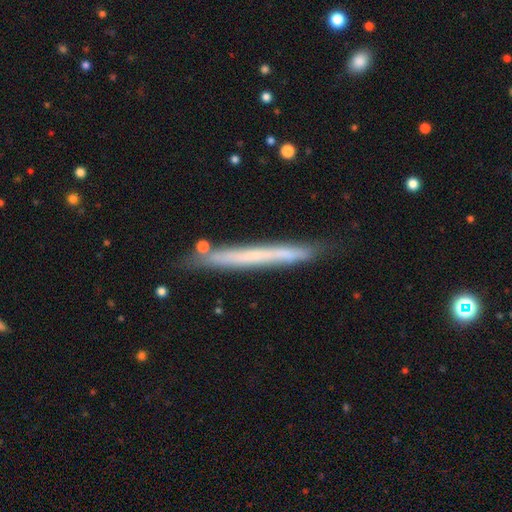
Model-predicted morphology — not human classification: A smooth galaxy with no disk features (47%, tied with featured or disk).

Vote fractions:
- Smooth or featured? smooth: 47% (tied) / featured or disk: 47% (tied) / star or artifact: 7%
- Merging? none: 82% / minor disturbance: 13% / merger: 3% / major disturbance: 2%